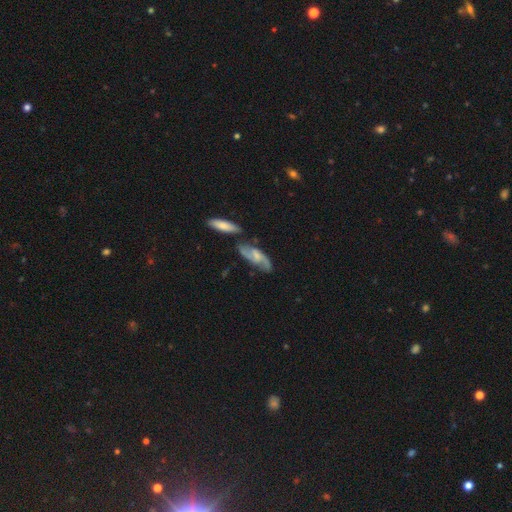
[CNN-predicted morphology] The model was most divided on "spiral winding": medium: 43%, loose: 42%, tight: 15%. Remaining: spiral arms — yes (93%); edge-on disk — no (89%); spiral arm count — 2 (86%); smooth or featured — featured or disk (71%); merging — none (59%); bar — no (46%); bulge size — small (46%).